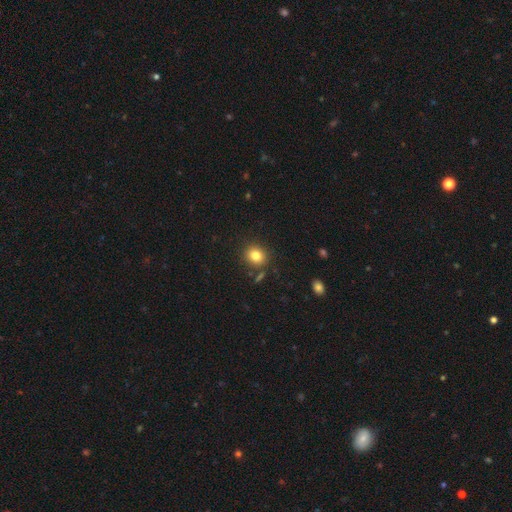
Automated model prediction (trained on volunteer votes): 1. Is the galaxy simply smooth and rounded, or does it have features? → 82% smooth, 11% star or artifact, 7% featured or disk.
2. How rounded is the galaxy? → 76% round, 24% in between, 1% cigar-shaped.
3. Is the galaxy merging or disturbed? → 84% none, 9% minor disturbance, 4% merger, 3% major disturbance.